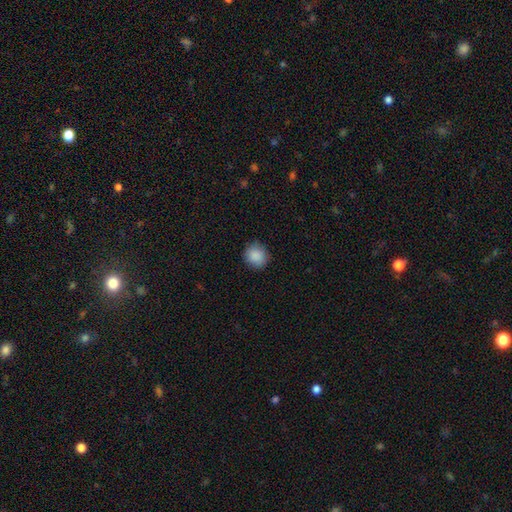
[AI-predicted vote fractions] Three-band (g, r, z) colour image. It shows a smooth galaxy with no disk features (89%) that is round (87%). Merging: none (88%).